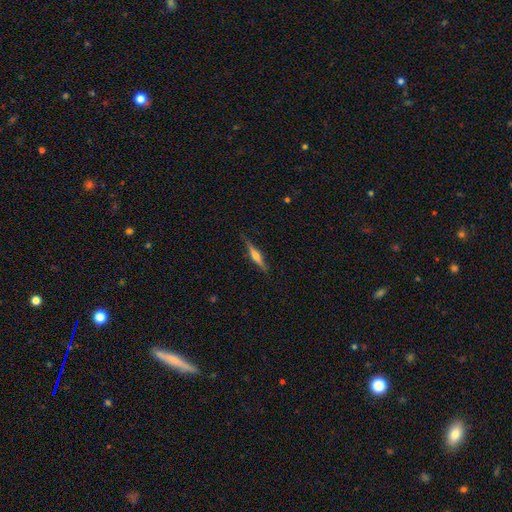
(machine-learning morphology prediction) Smooth or featured: featured or disk — 59% (smooth — 35%)
Edge-on disk: yes — 97% (no — 3%)
Edge-on bulge: rounded — 73% (boxy — 15%)
Merging: none — 84% (minor disturbance — 12%)